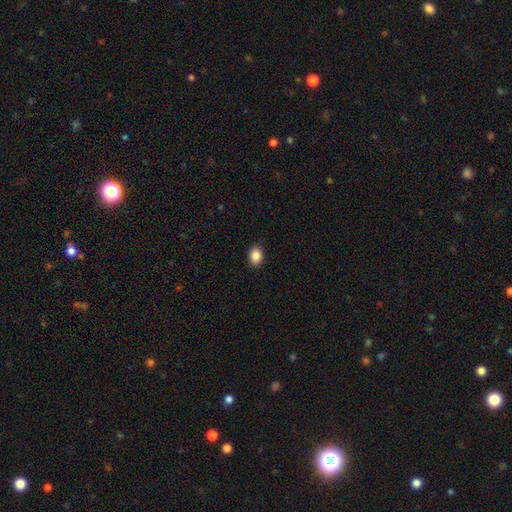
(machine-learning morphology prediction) Smooth or featured? smooth (88%)
How rounded? in between (65%)
Merging? none (90%)